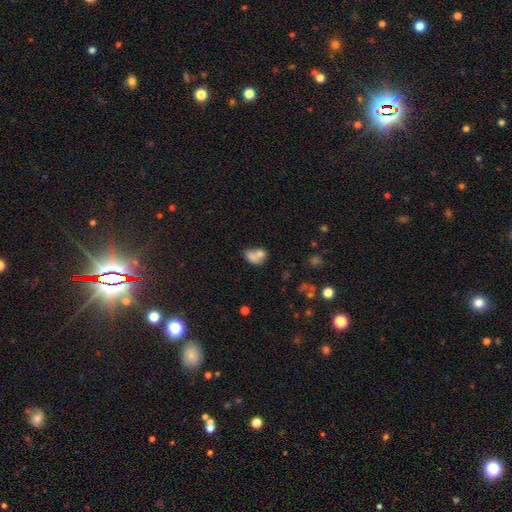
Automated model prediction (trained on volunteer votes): Smooth or featured? smooth (71%)
How rounded? in between (68%)
Merging? merger (61%)